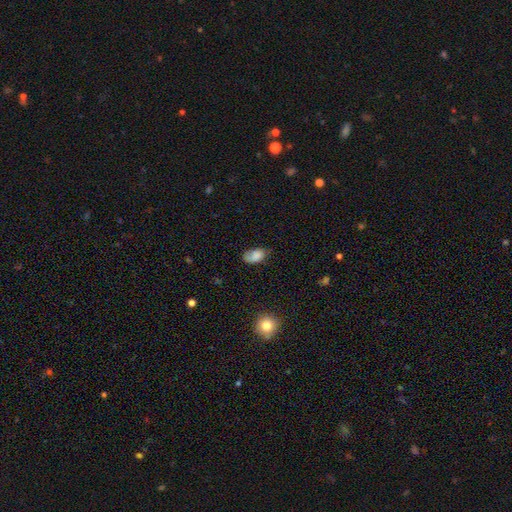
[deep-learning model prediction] smooth_or_featured: smooth (p=0.77) [alt: featured or disk p=0.14]
how_rounded: in between (p=0.90) [alt: round p=0.08]
merging: none (p=0.58) [alt: minor disturbance p=0.29]